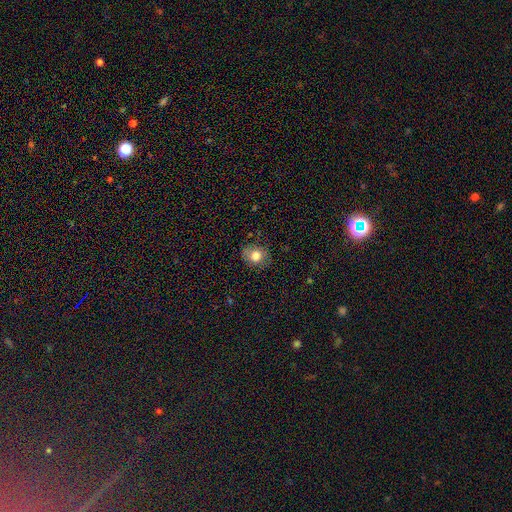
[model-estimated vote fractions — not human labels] Smooth or featured?
  - smooth: 78% *
  - featured or disk: 11%
  - star or artifact: 10%
How rounded?
  - round: 62% *
  - in between: 37%
  - cigar-shaped: 1%
Merging?
  - none: 80% *
  - minor disturbance: 15%
  - major disturbance: 4%
  - merger: 1%